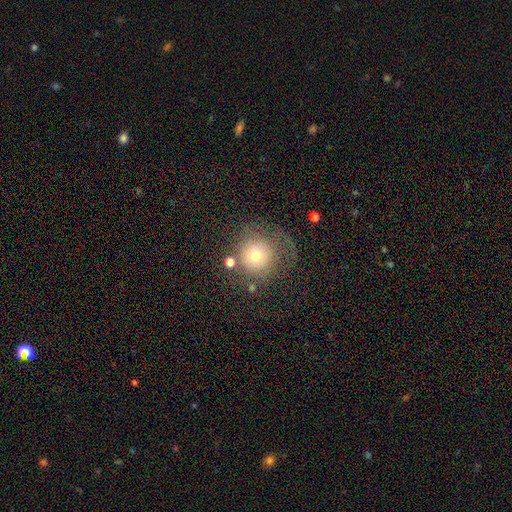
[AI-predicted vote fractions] Morphology: type=smooth (65%); roundness=round (92%); merging=none (55%).